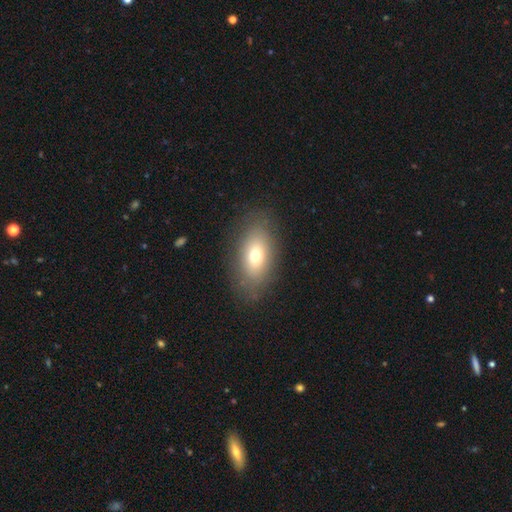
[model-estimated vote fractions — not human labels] Smooth or featured: smooth — 70% (featured or disk — 20%)
How rounded: in between — 87% (round — 10%)
Merging: none — 83% (minor disturbance — 11%)